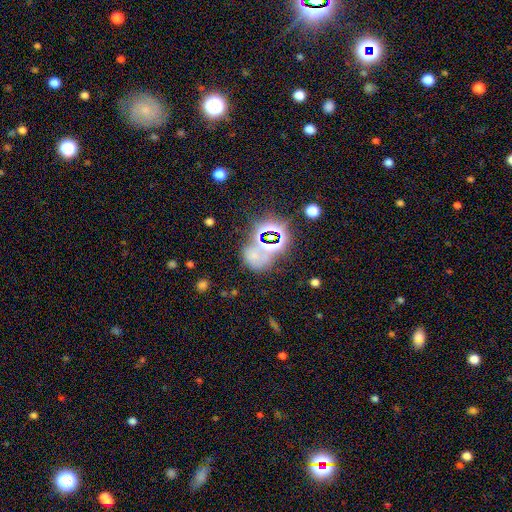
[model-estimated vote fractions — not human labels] Overall: star or artifact (48%; smooth 40%).